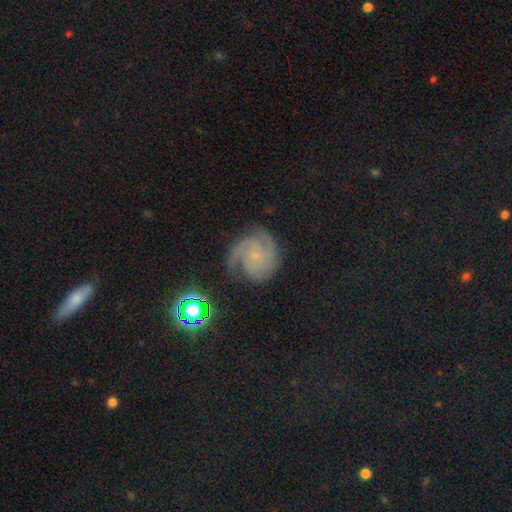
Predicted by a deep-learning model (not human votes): A featured or disk galaxy (81%) with no bar (76%), 3 (43%) tight (56%) spiral arms (98%) and a small central bulge (73%).

Vote fractions:
- Smooth or featured? featured or disk: 81% / smooth: 9% / star or artifact: 9%
- Edge-on disk? no: 98% / yes: 2%
- Bar? no: 76% / weak: 20% / strong: 4%
- Spiral arms? yes: 98% / no: 2%
- Spiral winding? tight: 56% / medium: 36% / loose: 8%
- Spiral arm count? 3: 43% / 2: 24% / can't tell: 13% / 4: 8% / 1: 6% / more than 4: 6%
- Bulge size? small: 73% / none: 14% / moderate: 10% / large: 1% / dominant: 1%
- Merging? none: 72% / minor disturbance: 18% / major disturbance: 8% / merger: 2%